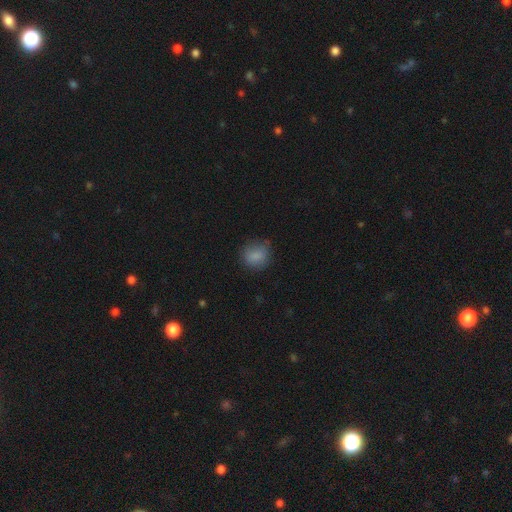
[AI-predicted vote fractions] smooth-or-featured: smooth: 83% | star or artifact: 9% | featured or disk: 8%
  how-rounded: round: 68% | in between: 30% | cigar-shaped: 1%
  merging: none: 70% | minor disturbance: 22% | major disturbance: 6% | merger: 1%